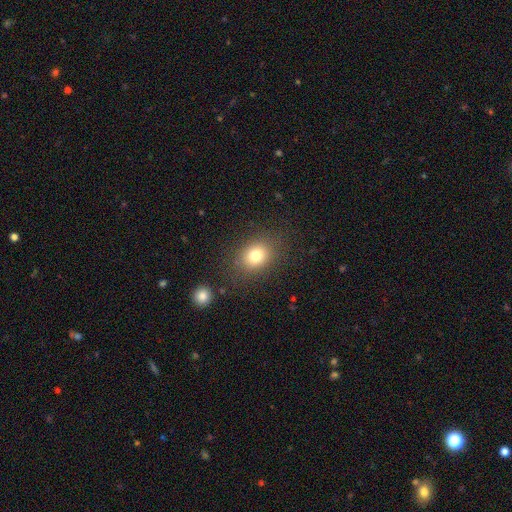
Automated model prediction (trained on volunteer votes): This appears to be a smooth galaxy with no disk features (78%) that is in between round and cigar-shaped (52%). Merging: none (82%).